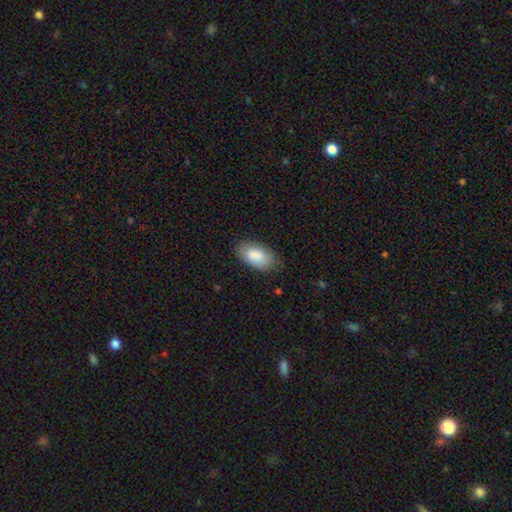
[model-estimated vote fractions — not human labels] This appears to be a smooth galaxy with no disk features (86%) that is in between round and cigar-shaped (95%). Merging: none (81%).